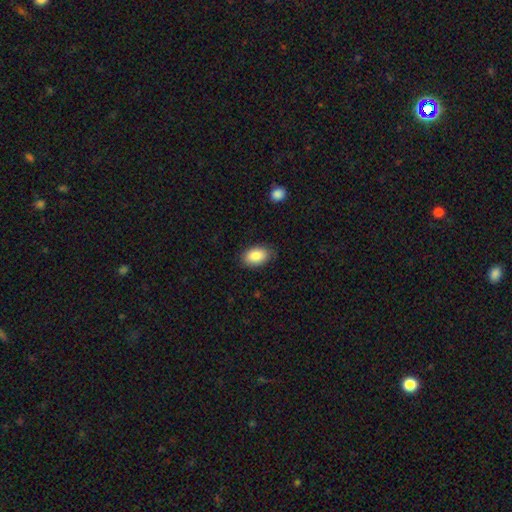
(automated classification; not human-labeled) Smooth or featured? smooth (87%)
How rounded? in between (90%)
Merging? none (83%)